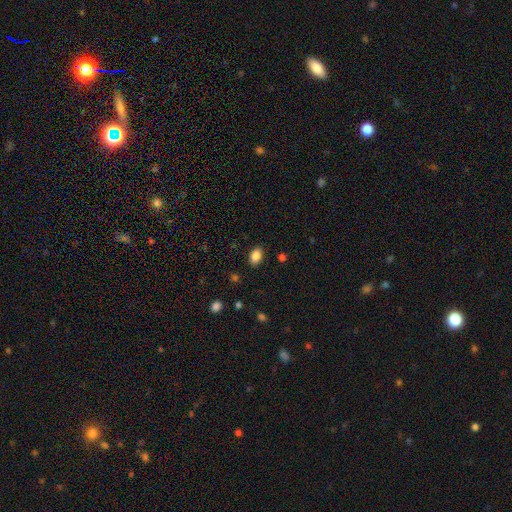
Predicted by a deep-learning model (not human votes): A smooth galaxy with no disk features (87%) that is in between round and cigar-shaped (85%).

Vote fractions:
- Smooth or featured? smooth: 87% / star or artifact: 9% / featured or disk: 4%
- How rounded? in between: 85% / round: 13% / cigar-shaped: 1%
- Merging? none: 87% / minor disturbance: 9% / major disturbance: 3% / merger: 1%